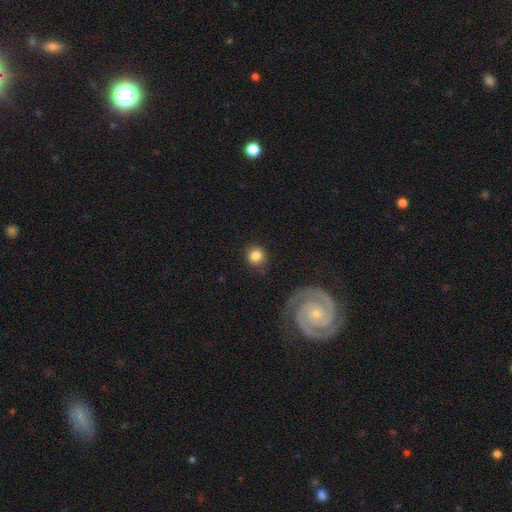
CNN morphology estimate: Smooth or featured: smooth — 81% (featured or disk — 10%)
How rounded: round — 91% (in between — 8%)
Merging: none — 85% (minor disturbance — 10%)